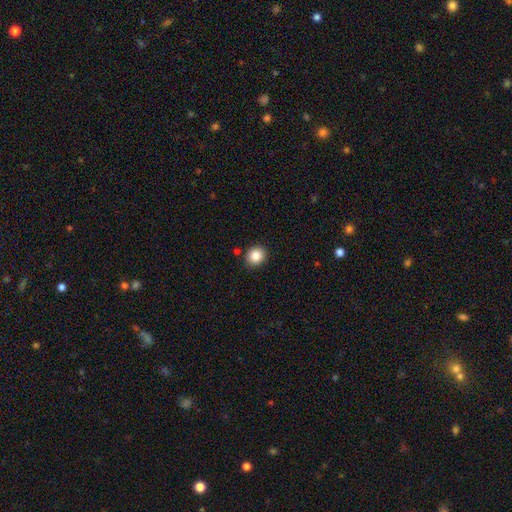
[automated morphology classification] Smooth or featured? smooth (85%)
How rounded? round (77%)
Merging? none (88%)